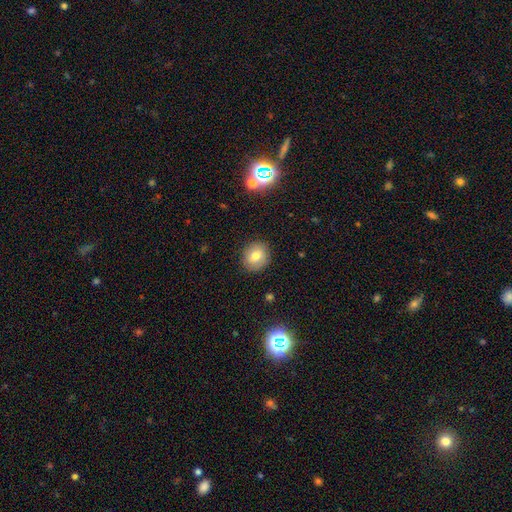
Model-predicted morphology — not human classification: The model was most divided on "how rounded": round: 76%, in between: 23%, cigar-shaped: 1%. More confident: merging — none (87%); smooth or featured — smooth (75%).